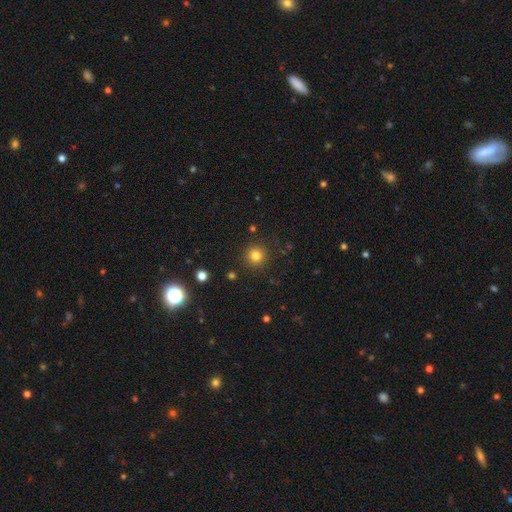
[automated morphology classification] Overall: smooth (81%). How rounded: round (95%). Merging: none (90%).